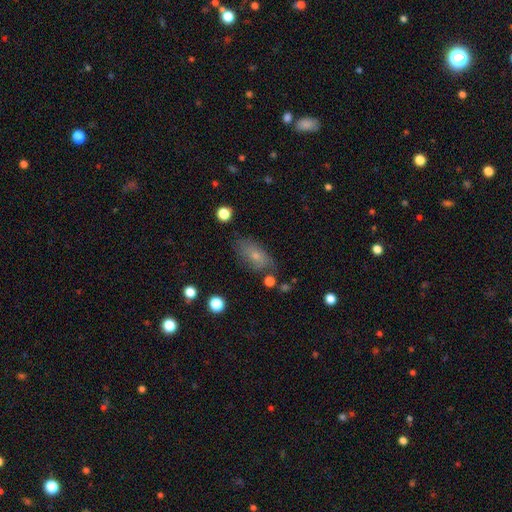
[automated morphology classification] A smooth galaxy with no disk features (60%) that is in between round and cigar-shaped (86%).

Vote fractions:
- Smooth or featured? smooth: 60% / featured or disk: 30% / star or artifact: 10%
- How rounded? in between: 86% / cigar-shaped: 7% / round: 7%
- Merging? none: 66% / minor disturbance: 22% / major disturbance: 8% / merger: 4%